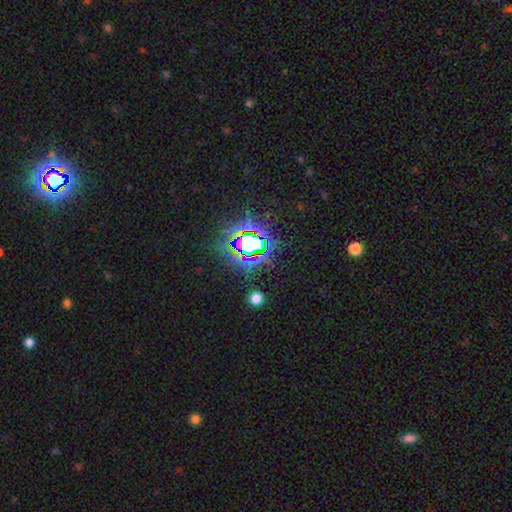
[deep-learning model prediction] star or artifact 83%, smooth 10%, featured or disk 7%.